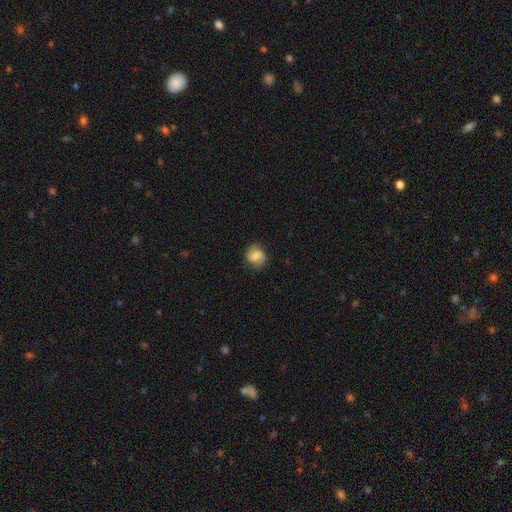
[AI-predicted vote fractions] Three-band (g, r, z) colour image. It shows a featured or disk galaxy (47%). Merging: none (79%).